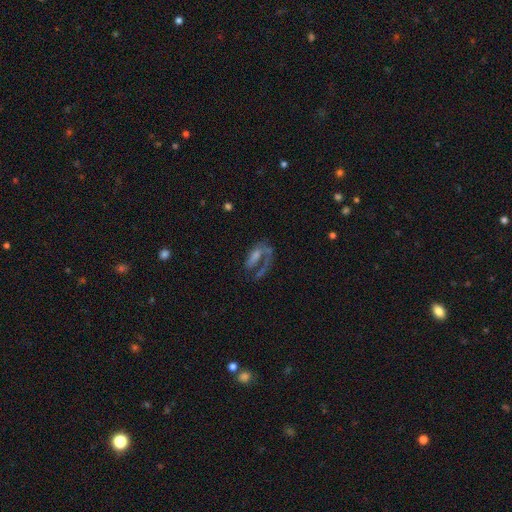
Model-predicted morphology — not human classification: Smooth or featured?
  - featured or disk: 60% *
  - smooth: 28%
  - star or artifact: 12%
Edge-on disk?
  - no: 93% *
  - yes: 7%
Bar?
  - no: 57% *
  - weak: 27%
  - strong: 16%
Spiral arms?
  - yes: 65% *
  - no: 35%
Bulge size?
  - none: 38% *
  - small: 25%
  - moderate: 23%
  - large: 10%
  - dominant: 3%
Merging?
  - major disturbance: 44% *
  - none: 35%
  - minor disturbance: 14%
  - merger: 7%